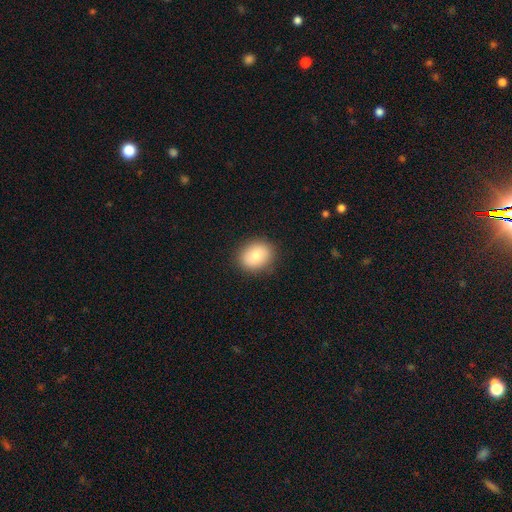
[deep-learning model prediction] smooth-or-featured: smooth: 82% | featured or disk: 11% | star or artifact: 8%
  how-rounded: round: 51% | in between: 48% | cigar-shaped: 1%
  merging: none: 87% | minor disturbance: 9% | major disturbance: 2% | merger: 1%